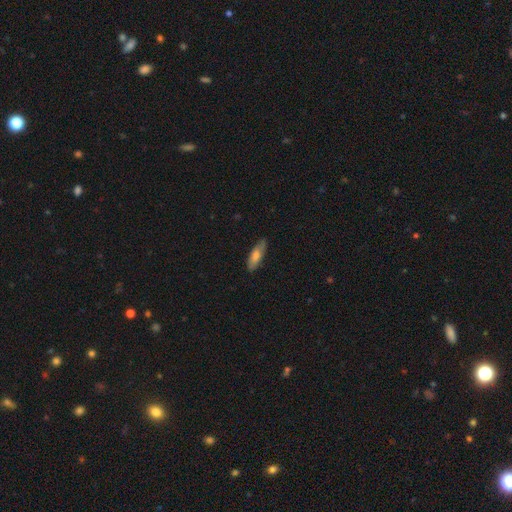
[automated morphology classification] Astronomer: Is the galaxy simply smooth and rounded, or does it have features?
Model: smooth — 68%.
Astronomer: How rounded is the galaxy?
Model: in between — 52% (runner-up: cigar-shaped, 46%).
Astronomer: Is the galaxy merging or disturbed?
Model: none — 82%.